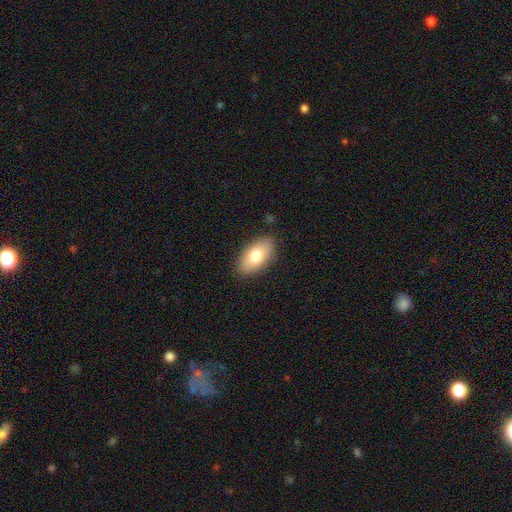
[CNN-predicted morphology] This is likely a smooth galaxy (76%). How rounded: clearly in between (93%). Merging: clearly none (86%).